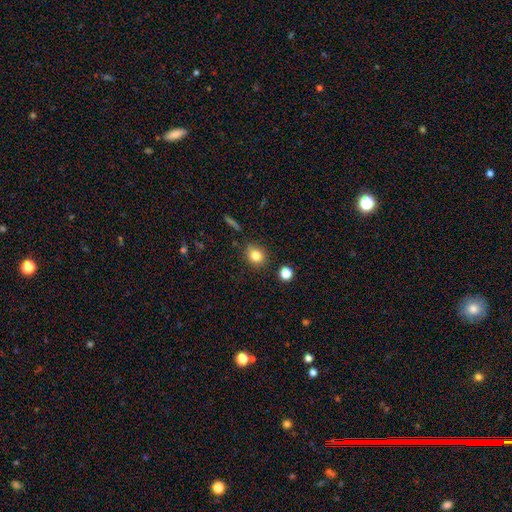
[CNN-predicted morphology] Smooth or featured?
  - smooth: 81% *
  - star or artifact: 12%
  - featured or disk: 7%
How rounded?
  - round: 71% *
  - in between: 28%
  - cigar-shaped: 1%
Merging?
  - none: 81% *
  - minor disturbance: 13%
  - merger: 3%
  - major disturbance: 3%